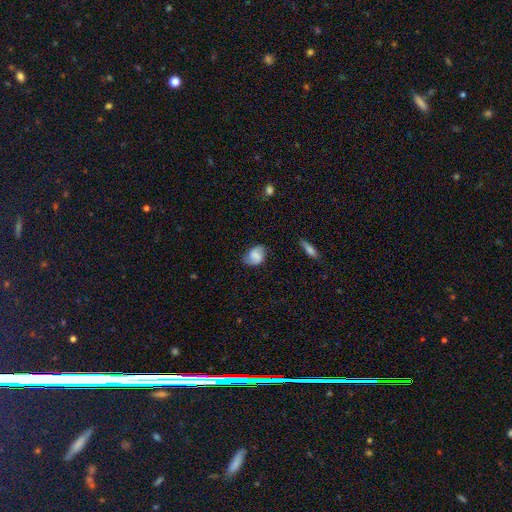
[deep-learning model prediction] This is possibly a smooth galaxy (53%). How rounded: likely in between (68%). Merging: likely none (70%).